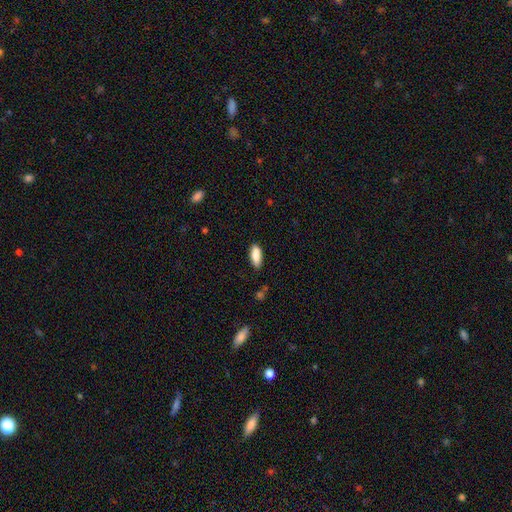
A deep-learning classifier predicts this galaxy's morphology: Smooth or featured? smooth (85%)
How rounded? in between (76%)
Merging? none (84%)